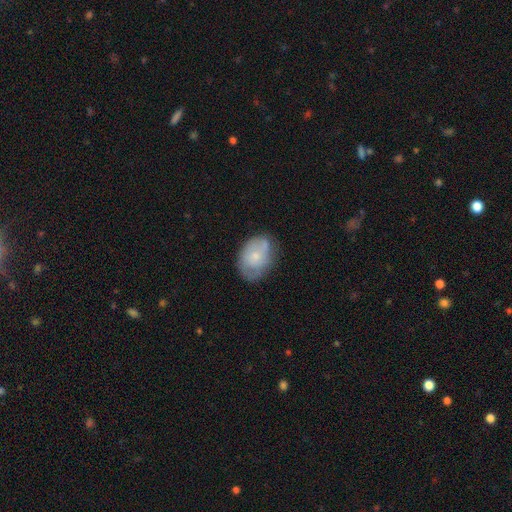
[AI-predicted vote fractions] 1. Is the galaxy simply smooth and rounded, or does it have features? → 54% smooth, 39% featured or disk, 7% star or artifact.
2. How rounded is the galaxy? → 76% in between, 23% round, 1% cigar-shaped.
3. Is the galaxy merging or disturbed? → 58% none, 28% minor disturbance, 10% major disturbance, 4% merger.